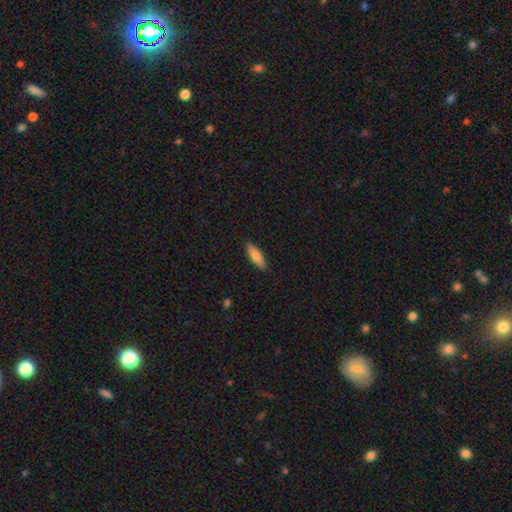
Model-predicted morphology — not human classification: A smooth galaxy with no disk features (77%) that is in between round and cigar-shaped (51%). Merging: none (89%).